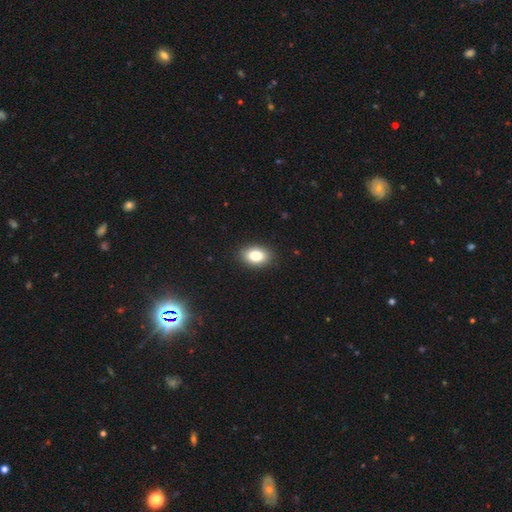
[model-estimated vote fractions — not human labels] smooth 82%, featured or disk 9%, star or artifact 9%. Down the decision tree: how rounded — in between (82%); merging — none (89%).